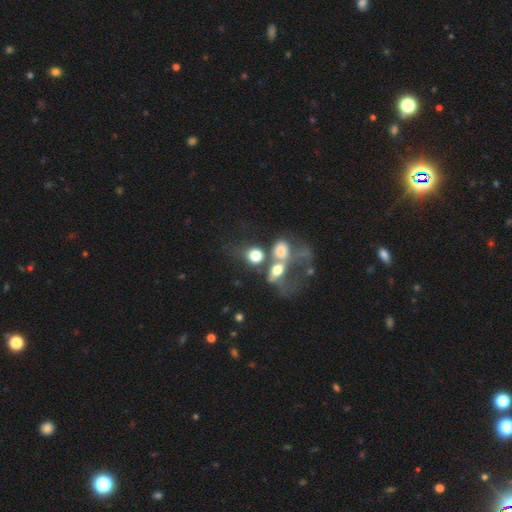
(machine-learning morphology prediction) smooth-or-featured: smooth: 66% | featured or disk: 21% | star or artifact: 13%
  how-rounded: round: 62% | in between: 36% | cigar-shaped: 2%
  merging: merger: 53% | none: 21% | major disturbance: 17% | minor disturbance: 9%